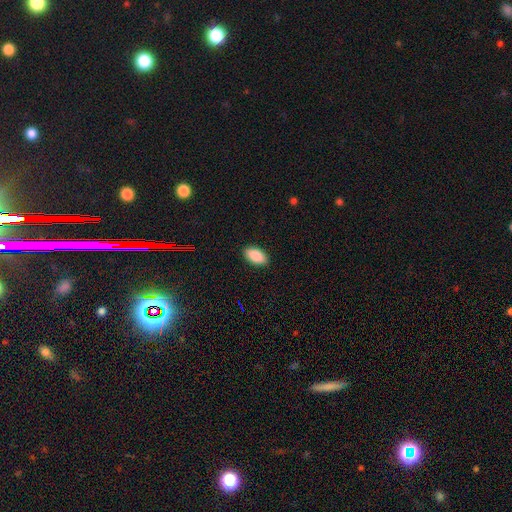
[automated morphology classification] Smooth or featured: smooth — 90% (star or artifact — 7%)
How rounded: in between — 95% (round — 3%)
Merging: none — 90% (minor disturbance — 7%)